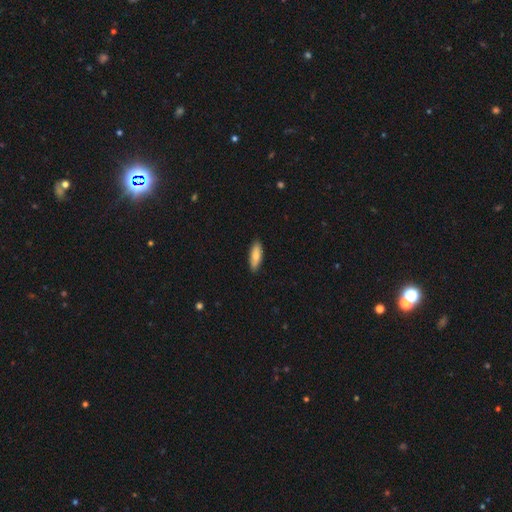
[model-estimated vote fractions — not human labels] A smooth galaxy with no disk features (80%) that is in between round and cigar-shaped (60%).

Vote fractions:
- Smooth or featured? smooth: 80% / featured or disk: 14% / star or artifact: 6%
- How rounded? in between: 60% / cigar-shaped: 38% / round: 2%
- Merging? none: 87% / minor disturbance: 10% / major disturbance: 2% / merger: 1%